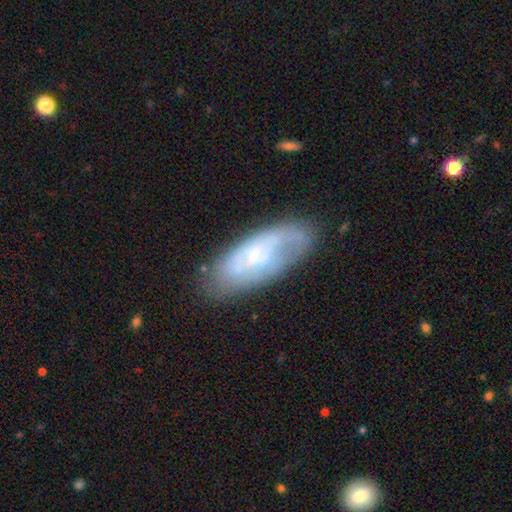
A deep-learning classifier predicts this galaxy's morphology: Smooth or featured? Predicted: featured or disk (p=0.60). Edge-on disk? Predicted: no (p=0.88). Bar? Predicted: no (p=0.67). Spiral arms? Predicted: yes (p=0.65). Bulge size? Predicted: small (p=0.66). Merging? Predicted: none (p=0.64).